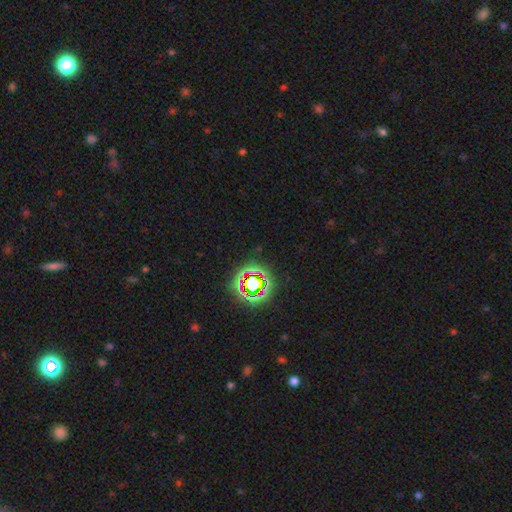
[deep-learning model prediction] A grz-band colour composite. It shows a star or artifact, not a galaxy (76%).